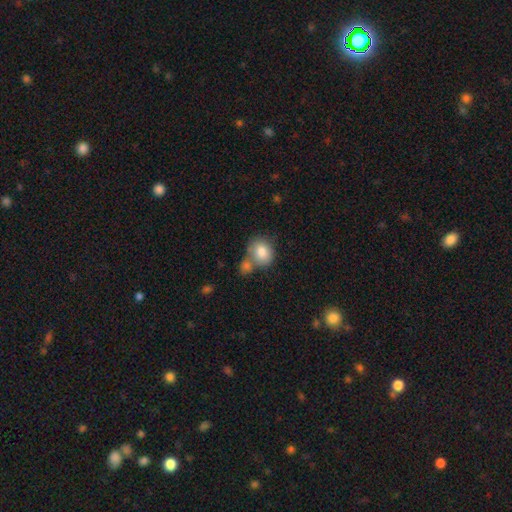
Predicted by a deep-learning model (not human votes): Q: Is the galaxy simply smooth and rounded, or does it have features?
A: smooth — 77%.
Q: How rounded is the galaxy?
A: round — 73%.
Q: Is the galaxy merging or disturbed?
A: none — 61%.